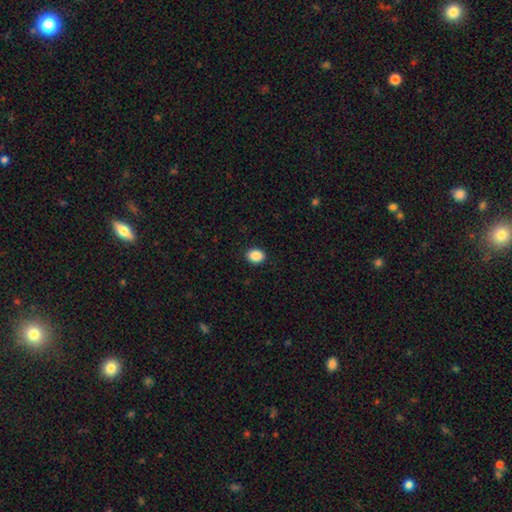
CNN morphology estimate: This is clearly a smooth galaxy (89%). How rounded: possibly round (51%). Merging: clearly none (91%).